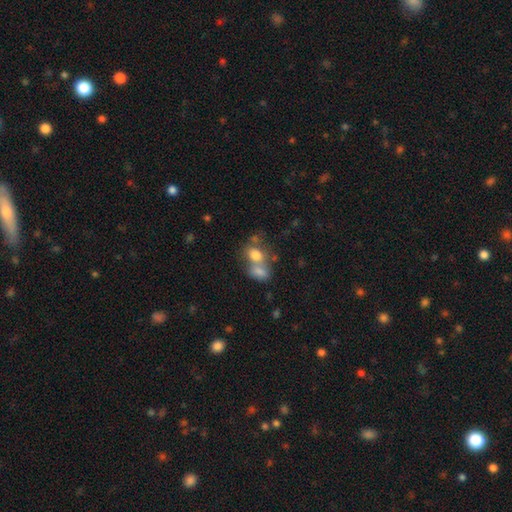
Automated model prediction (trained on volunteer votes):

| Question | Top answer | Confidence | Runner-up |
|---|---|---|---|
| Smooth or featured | smooth | 75% | featured or disk (14%) |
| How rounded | in between | 66% | round (33%) |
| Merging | merger | 59% | none (28%) |